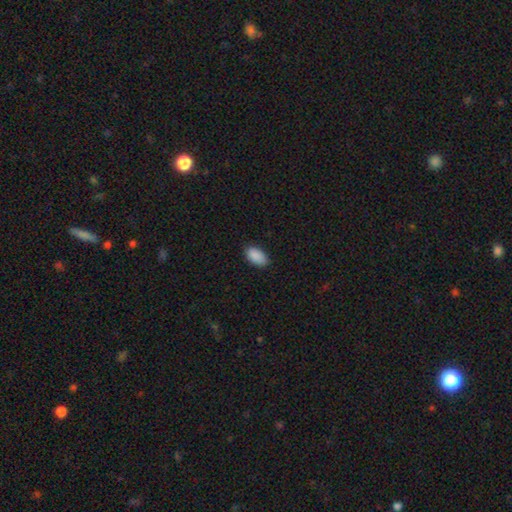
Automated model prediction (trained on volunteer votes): Morphology: type=smooth (90%); roundness=in between (95%); merging=none (85%).